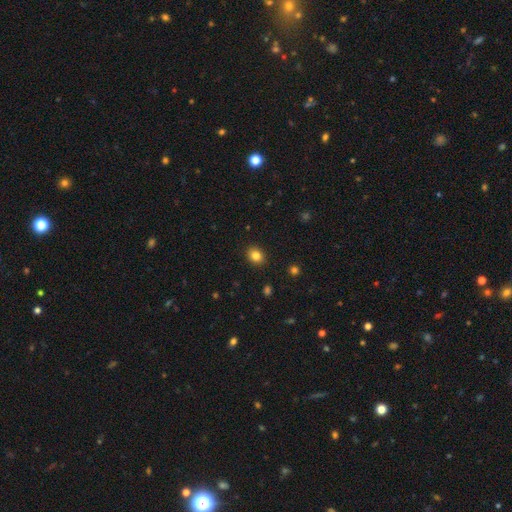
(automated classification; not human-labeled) Smooth or featured?
  - smooth: 83% *
  - star or artifact: 11%
  - featured or disk: 6%
How rounded?
  - round: 58% *
  - in between: 41%
  - cigar-shaped: 1%
Merging?
  - none: 90% *
  - minor disturbance: 7%
  - major disturbance: 2%
  - merger: 1%